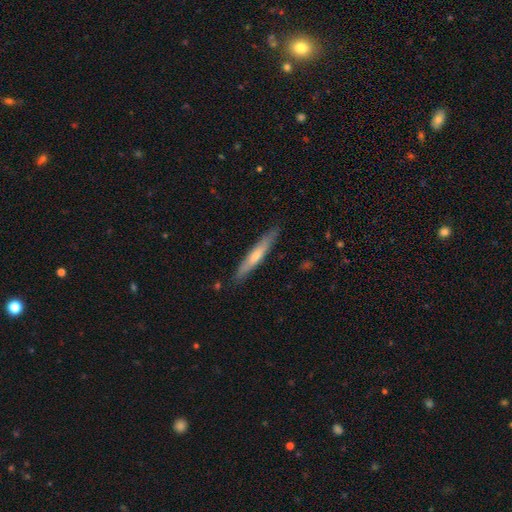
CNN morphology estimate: smooth-or-featured: smooth: 50% | featured or disk: 44% | star or artifact: 6%
  merging: none: 88% | minor disturbance: 9% | major disturbance: 2% | merger: 1%